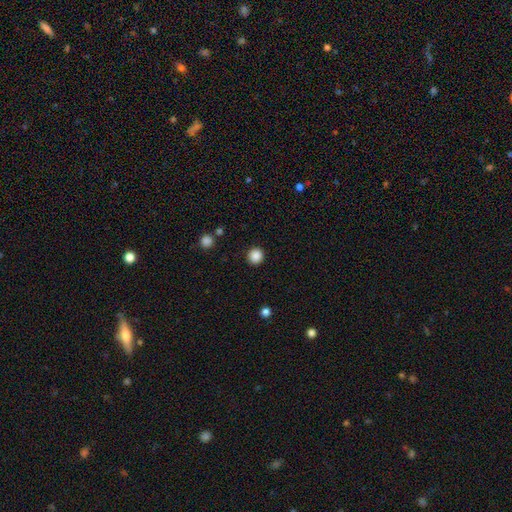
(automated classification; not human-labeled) smooth_or_featured: smooth (p=0.87) [alt: star or artifact p=0.10]
how_rounded: round (p=0.93) [alt: in between p=0.06]
merging: none (p=0.91) [alt: minor disturbance p=0.05]